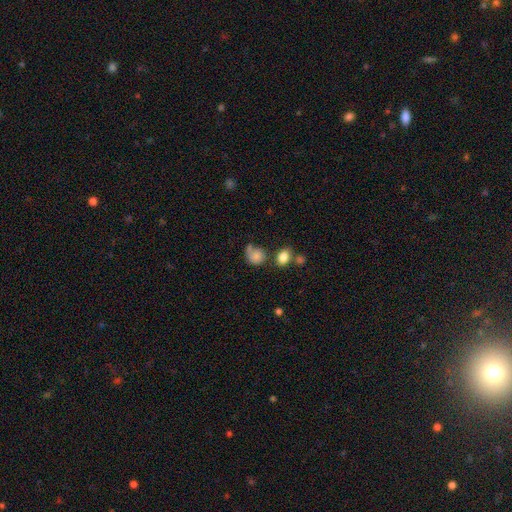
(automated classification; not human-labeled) smooth_or_featured: smooth (p=0.78) [alt: featured or disk p=0.11]
how_rounded: round (p=0.63) [alt: in between p=0.35]
merging: none (p=0.41) [alt: minor disturbance p=0.24]